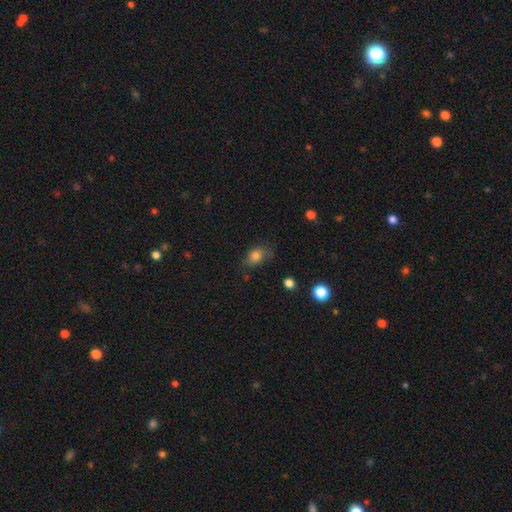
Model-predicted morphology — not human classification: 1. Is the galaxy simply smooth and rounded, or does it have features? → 79% smooth, 11% star or artifact, 10% featured or disk.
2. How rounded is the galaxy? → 72% in between, 26% round, 2% cigar-shaped.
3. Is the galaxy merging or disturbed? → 60% none, 28% minor disturbance, 10% major disturbance, 2% merger.